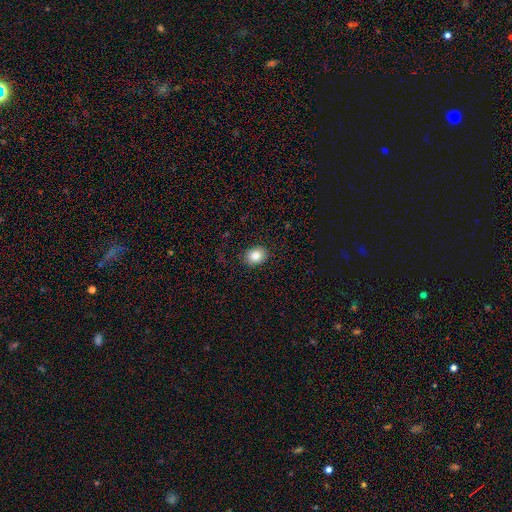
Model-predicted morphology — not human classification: Overall: smooth (85%). How rounded: in between (52%; round 48%). Merging: none (88%).